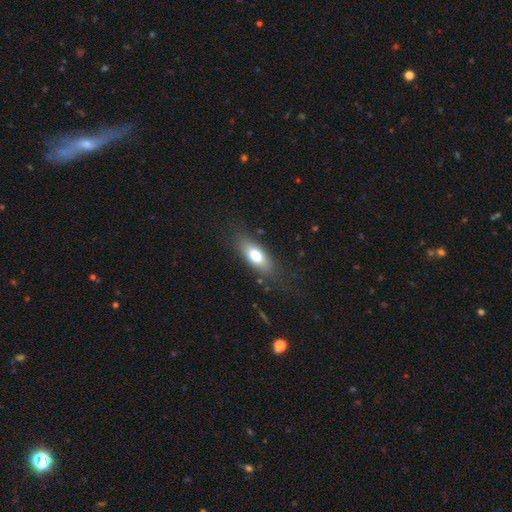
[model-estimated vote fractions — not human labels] smooth-or-featured: smooth: 71% | featured or disk: 22% | star or artifact: 7%
  how-rounded: in between: 76% | cigar-shaped: 20% | round: 4%
  merging: none: 80% | minor disturbance: 14% | major disturbance: 5% | merger: 1%